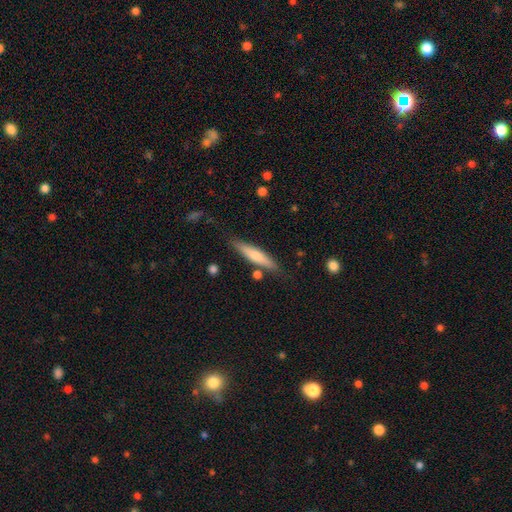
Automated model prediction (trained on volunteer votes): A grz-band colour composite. It shows a smooth galaxy with no disk features (66%) that is cigar-shaped (85%). Merging: none (80%).